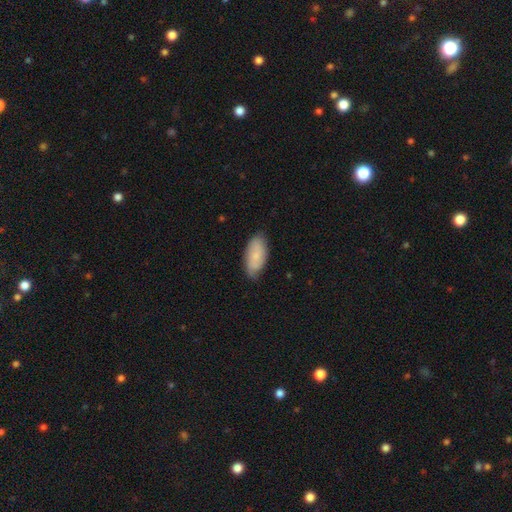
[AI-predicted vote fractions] Q: Smooth or featured?
A: smooth (73%); runner-up: featured or disk (21%)
Q: How rounded?
A: in between (91%); runner-up: cigar-shaped (6%)
Q: Merging?
A: none (74%); runner-up: minor disturbance (21%)